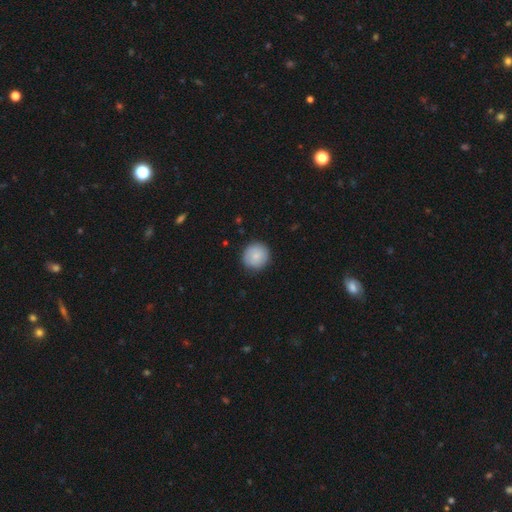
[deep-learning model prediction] The model was most divided on "smooth or featured": smooth: 84%, featured or disk: 10%, star or artifact: 6%. More confident: how rounded — round (94%); merging — none (88%).